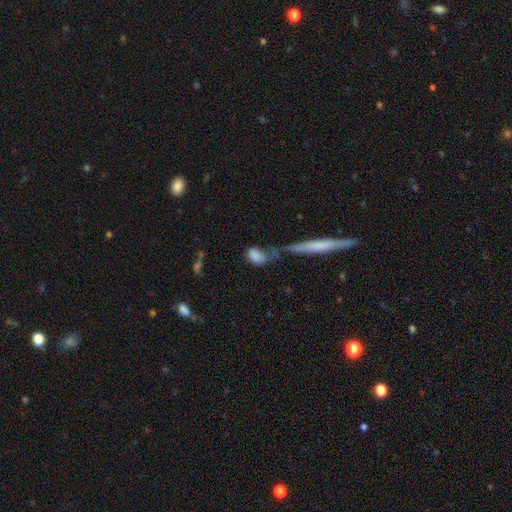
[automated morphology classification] This appears to be a smooth galaxy with no disk features (80%) that is in between round and cigar-shaped (78%). Merging: none (33%).